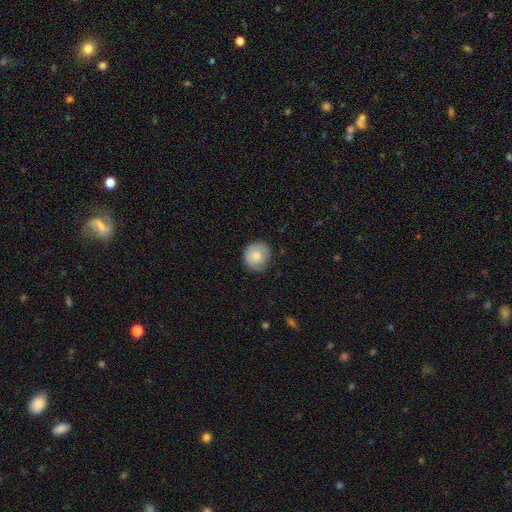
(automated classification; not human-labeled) smooth-or-featured: smooth: 79% | featured or disk: 14% | star or artifact: 7%
  how-rounded: round: 82% | in between: 17% | cigar-shaped: 1%
  merging: none: 82% | minor disturbance: 14% | major disturbance: 3% | merger: 1%